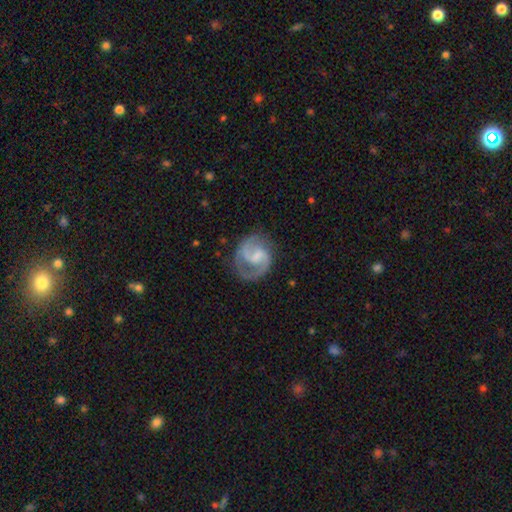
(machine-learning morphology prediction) smooth_or_featured: featured or disk (p=0.83) [alt: smooth p=0.12]
disk_edge_on: no (p=0.98) [alt: yes p=0.02]
bar: weak (p=0.58) [alt: no p=0.21]
has_spiral_arms: yes (p=0.95) [alt: no p=0.05]
spiral_winding: medium (p=0.55) [alt: tight p=0.24]
spiral_arm_count: 2 (p=0.86) [alt: 1 p=0.06]
bulge_size: small (p=0.41) [alt: none p=0.31]
merging: none (p=0.70) [alt: minor disturbance p=0.18]